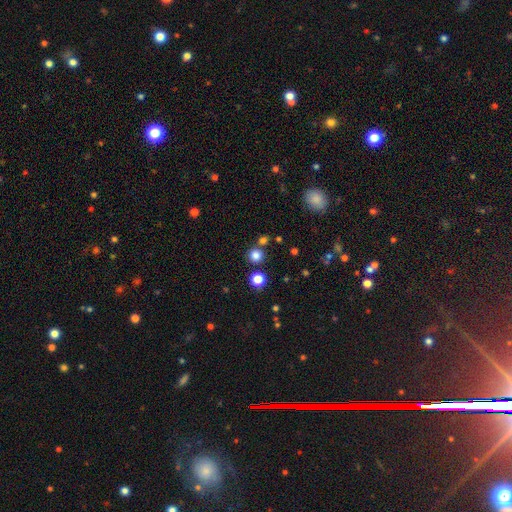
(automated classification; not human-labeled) Smooth or featured?
  - smooth: 80% *
  - star or artifact: 16%
  - featured or disk: 5%
How rounded?
  - round: 94% *
  - in between: 5%
  - cigar-shaped: 1%
Merging?
  - none: 80% *
  - merger: 11%
  - minor disturbance: 6%
  - major disturbance: 3%